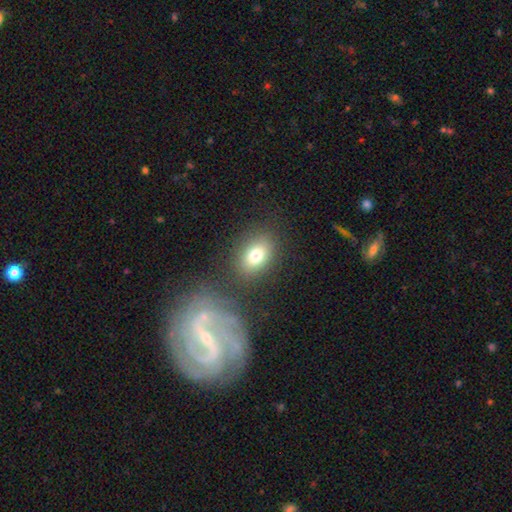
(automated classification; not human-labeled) Smooth or featured?
  - smooth: 79% *
  - featured or disk: 11%
  - star or artifact: 10%
How rounded?
  - in between: 71% *
  - round: 27%
  - cigar-shaped: 1%
Merging?
  - none: 80% *
  - minor disturbance: 11%
  - merger: 5%
  - major disturbance: 4%